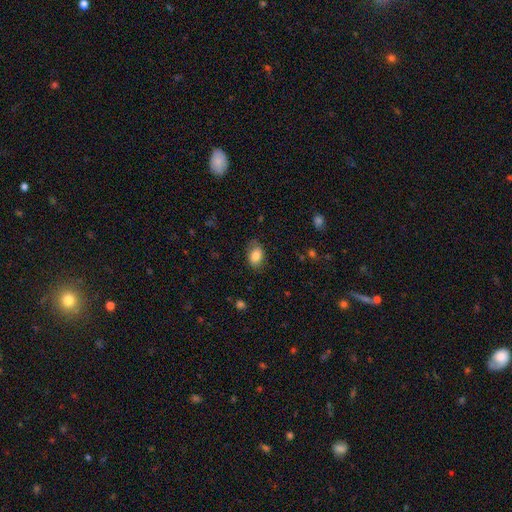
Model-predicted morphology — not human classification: Smooth or featured? Predicted: smooth (p=0.82). How rounded? Predicted: in between (p=0.82). Merging? Predicted: none (p=0.79).